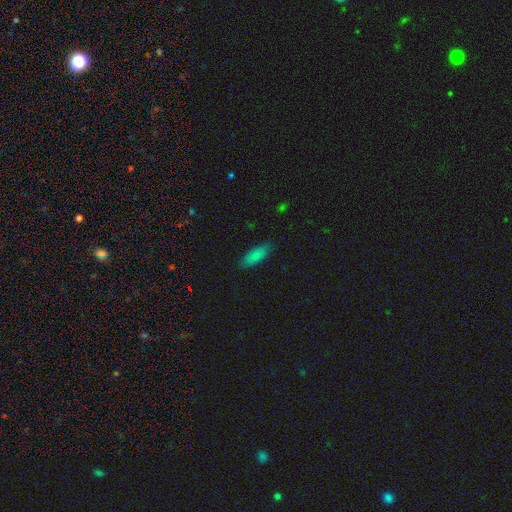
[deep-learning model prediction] This is clearly a smooth galaxy (85%). How rounded: likely in between (62%). Merging: clearly none (85%).